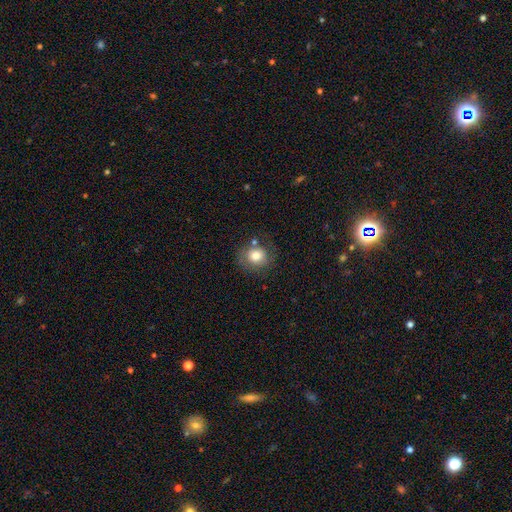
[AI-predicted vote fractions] Overall: smooth (77%). How rounded: round (77%). Merging: none (70%).